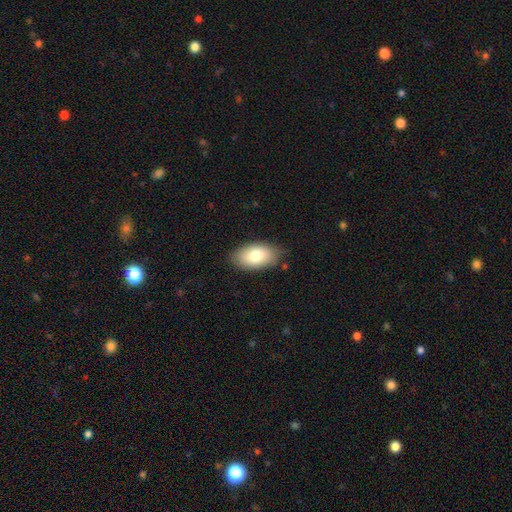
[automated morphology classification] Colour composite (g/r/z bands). It shows a smooth galaxy with no disk features (79%) that is in between round and cigar-shaped (94%). Merging: none (81%).